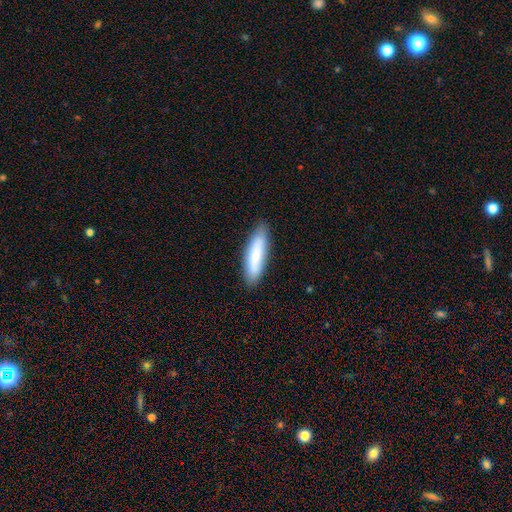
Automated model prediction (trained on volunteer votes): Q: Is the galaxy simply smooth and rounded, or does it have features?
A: smooth — 79%.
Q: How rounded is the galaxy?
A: cigar-shaped — 67%.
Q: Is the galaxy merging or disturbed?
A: none — 85%.